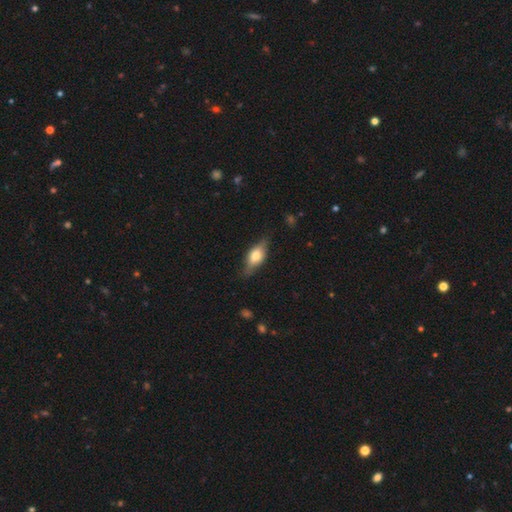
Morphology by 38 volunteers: type=smooth (53%); roundness=in between (55%); merging=none (81%).